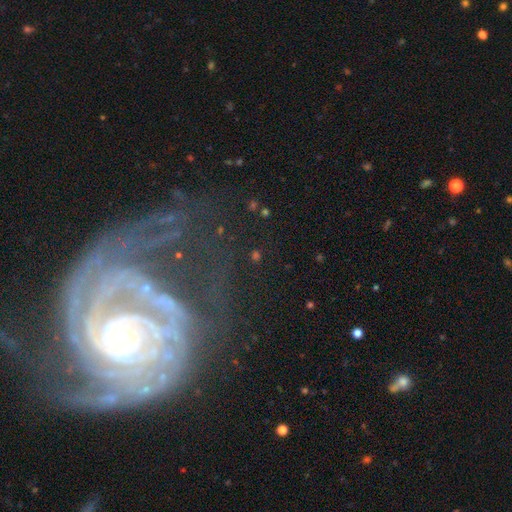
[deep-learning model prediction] A featured or disk galaxy (39%).

Vote fractions:
- Smooth or featured? featured or disk: 39% / star or artifact: 36% / smooth: 26%
- Merging? none: 69% / minor disturbance: 13% / major disturbance: 12% / merger: 6%